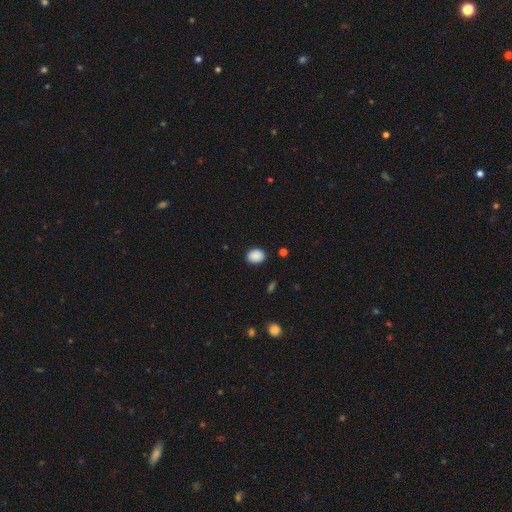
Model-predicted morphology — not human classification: smooth-or-featured: smooth: 88% | star or artifact: 8% | featured or disk: 3%
  how-rounded: in between: 61% | round: 38% | cigar-shaped: 1%
  merging: none: 86% | minor disturbance: 10% | major disturbance: 2% | merger: 1%